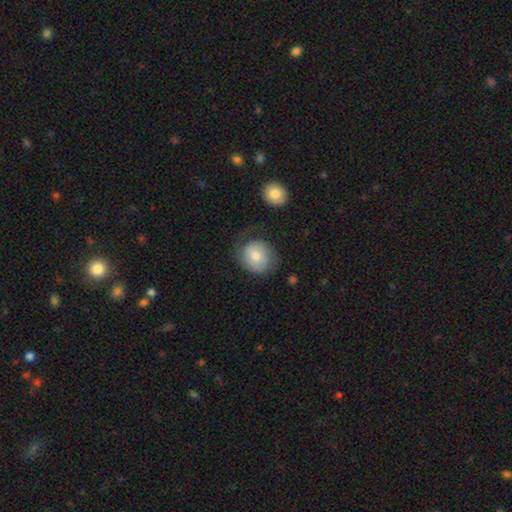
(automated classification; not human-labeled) This appears to be a smooth galaxy with no disk features (58%) that is round (78%). Merging: none (61%).